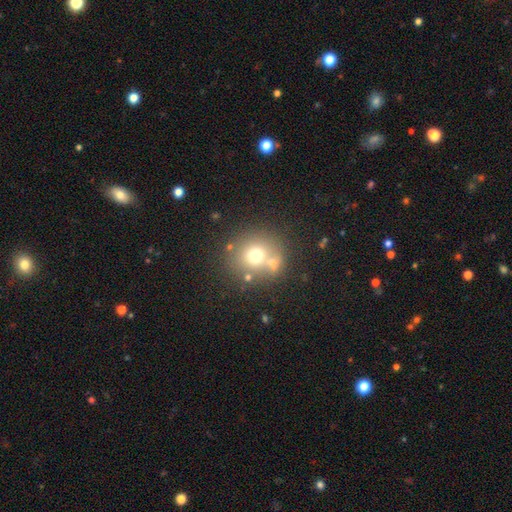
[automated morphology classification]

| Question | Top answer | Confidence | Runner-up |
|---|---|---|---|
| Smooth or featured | smooth | 67% | featured or disk (18%) |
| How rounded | round | 87% | in between (12%) |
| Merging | none | 65% | merger (20%) |